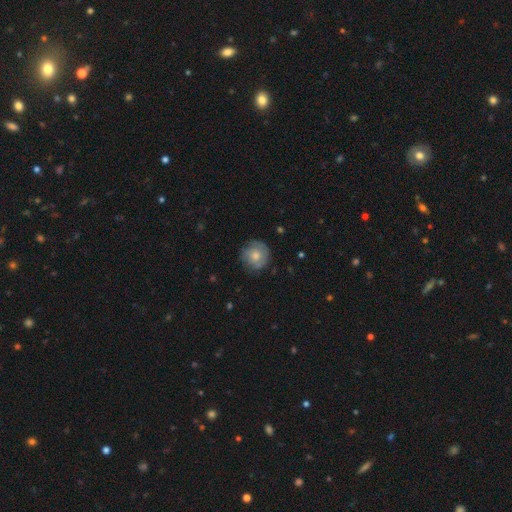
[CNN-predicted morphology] A smooth galaxy with no disk features (62%) that is round (93%). Merging: none (77%).